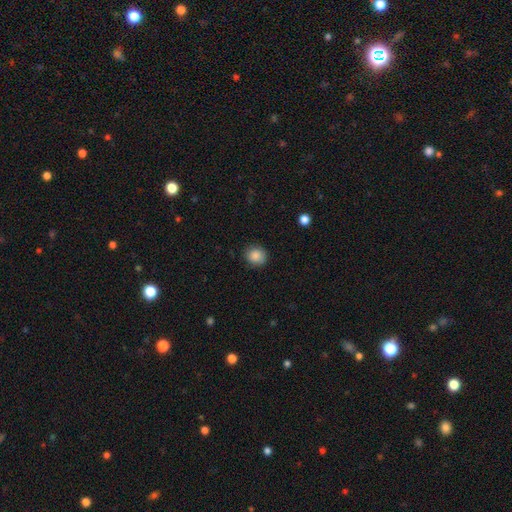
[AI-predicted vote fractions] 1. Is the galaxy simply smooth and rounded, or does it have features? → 87% smooth, 9% star or artifact, 4% featured or disk.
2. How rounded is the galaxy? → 77% round, 22% in between, 1% cigar-shaped.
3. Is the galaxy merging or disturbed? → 87% none, 10% minor disturbance, 2% major disturbance, 1% merger.